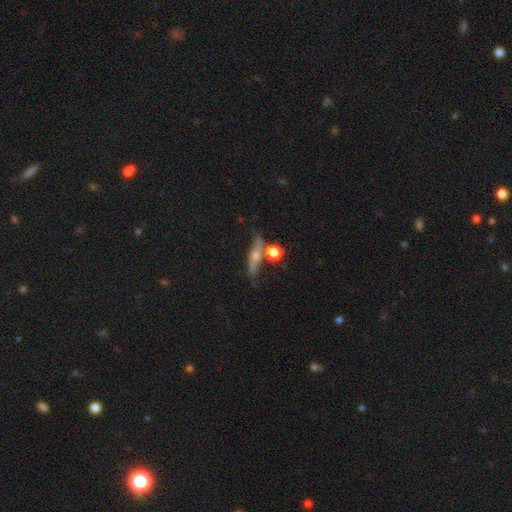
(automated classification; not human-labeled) This is possibly a featured or disk galaxy (57%). It is likely viewed edge-on (78%). Merging: likely none (64%).